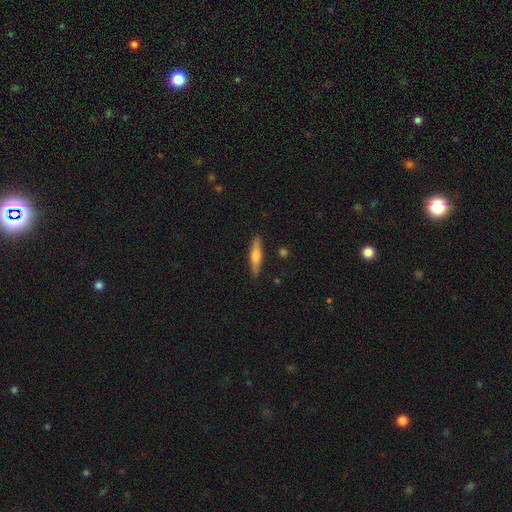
Morphology: type=smooth (55%); roundness=cigar-shaped (86%); merging=none (83%).